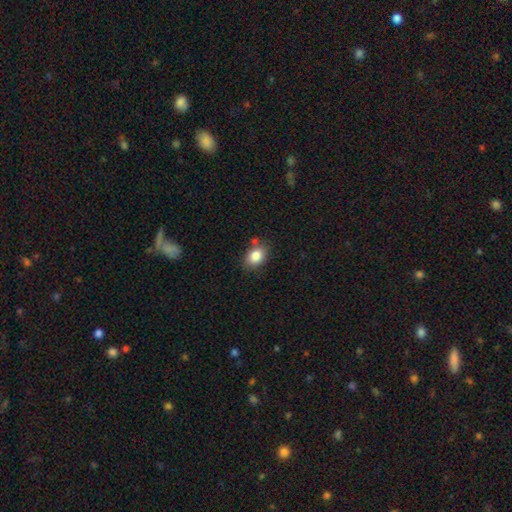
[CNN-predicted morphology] The model was most divided on "how rounded": in between: 72%, round: 26%, cigar-shaped: 1%. More confident: smooth or featured — smooth (84%); merging — none (75%).